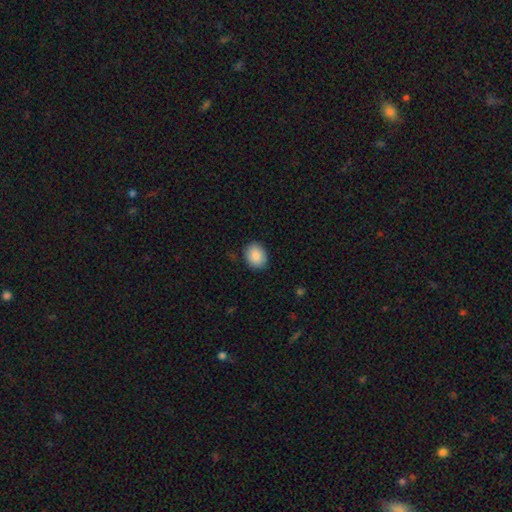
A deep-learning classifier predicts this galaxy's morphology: Q: Smooth or featured?
A: smooth (88%); runner-up: star or artifact (7%)
Q: How rounded?
A: in between (51%); runner-up: round (48%)
Q: Merging?
A: none (88%); runner-up: minor disturbance (9%)